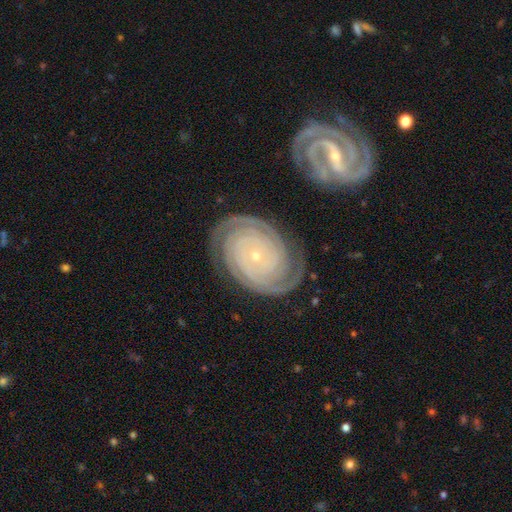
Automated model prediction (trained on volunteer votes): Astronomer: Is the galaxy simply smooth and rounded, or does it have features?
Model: featured or disk — 90%.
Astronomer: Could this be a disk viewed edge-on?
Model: no — 97%.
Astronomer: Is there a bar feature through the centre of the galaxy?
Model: no — 74%.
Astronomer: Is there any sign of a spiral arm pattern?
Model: yes — 99%.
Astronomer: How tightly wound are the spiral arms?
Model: tight — 88%.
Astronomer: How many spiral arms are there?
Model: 2 — 38% (runner-up: 3, 19%).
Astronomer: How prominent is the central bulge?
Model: small — 87%.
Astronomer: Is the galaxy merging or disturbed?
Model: none — 78%.